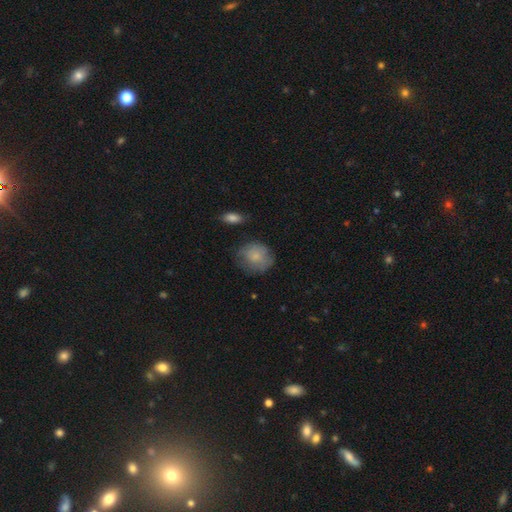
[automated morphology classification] type=smooth (76%); roundness=round (73%); merging=none (65%).